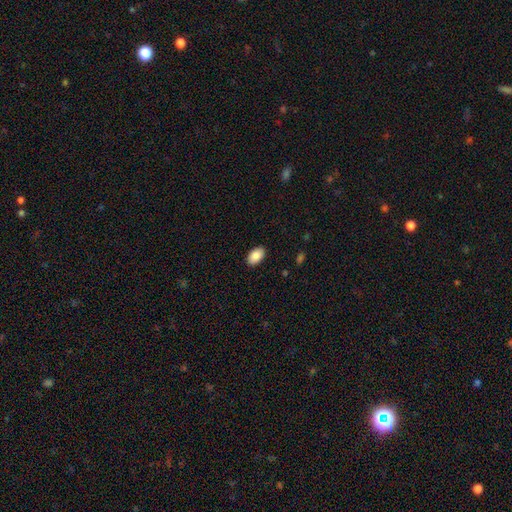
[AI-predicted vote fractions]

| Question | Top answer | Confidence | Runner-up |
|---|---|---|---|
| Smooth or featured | smooth | 89% | star or artifact (7%) |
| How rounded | in between | 94% | round (5%) |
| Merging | none | 89% | minor disturbance (8%) |